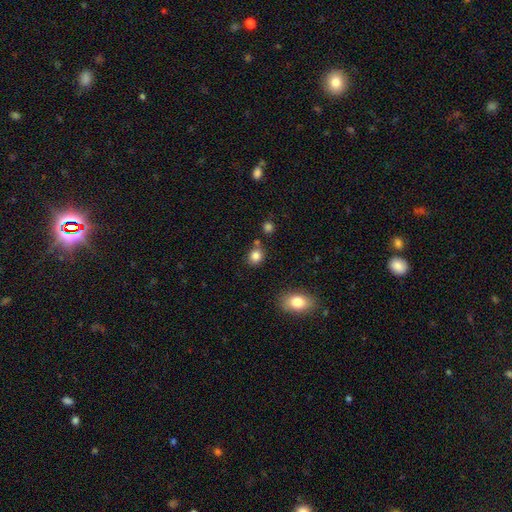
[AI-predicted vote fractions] smooth 83%, star or artifact 11%, featured or disk 5%. Down the decision tree: how rounded — round (68%); merging — none (74%).